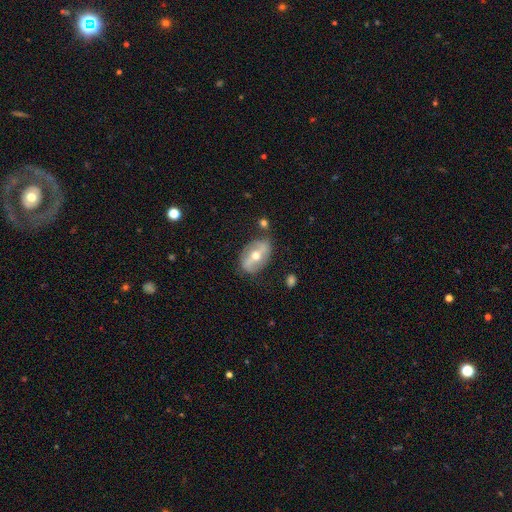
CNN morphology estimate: smooth_or_featured: featured or disk (p=0.67) [alt: smooth p=0.27]
disk_edge_on: no (p=0.90) [alt: yes p=0.10]
bar: strong (p=0.45) [alt: weak p=0.29]
has_spiral_arms: yes (p=0.64) [alt: no p=0.36]
bulge_size: moderate (p=0.70) [alt: small p=0.26]
merging: none (p=0.76) [alt: minor disturbance p=0.17]